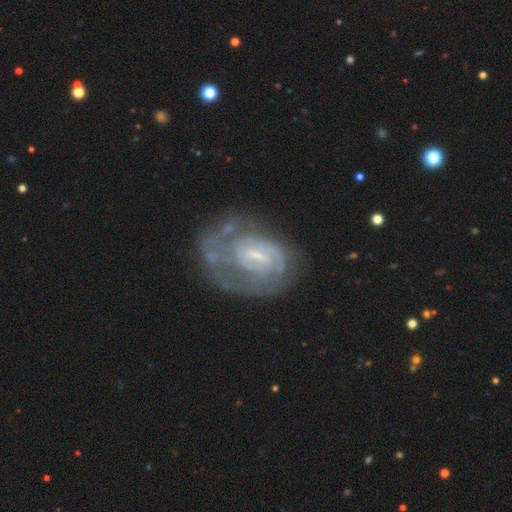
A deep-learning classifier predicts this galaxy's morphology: Overall: featured or disk (81%). Edge-on disk: no (97%). Bar: weak (56%; no 25%). Spiral arms: yes (84%). Spiral arm count: can't tell (39%; 2 32%). Spiral winding: tight (57%; medium 32%). Bulge size: small (53%; moderate 23%). Merging: none (48%; major disturbance 23%).